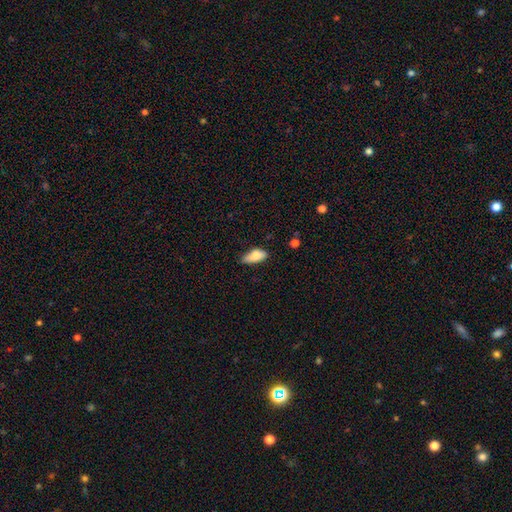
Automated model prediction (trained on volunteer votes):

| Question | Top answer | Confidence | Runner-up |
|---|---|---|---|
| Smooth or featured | smooth | 83% | featured or disk (10%) |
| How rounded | in between | 86% | cigar-shaped (11%) |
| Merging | none | 51% | minor disturbance (39%) |